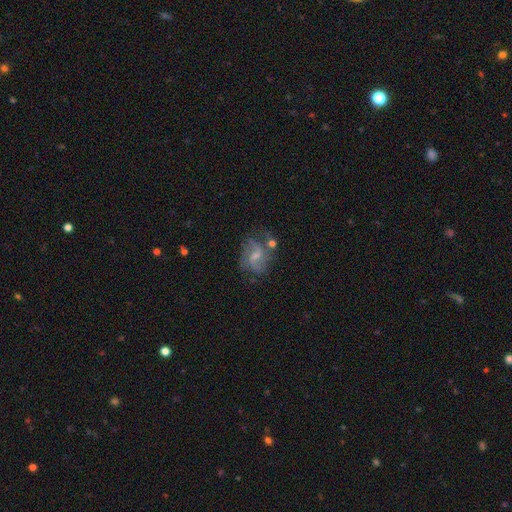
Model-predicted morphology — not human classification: smooth-or-featured: featured or disk: 65% | smooth: 21% | star or artifact: 14%
  disk-edge-on: no: 97% | yes: 3%
    bar: weak: 50% | no: 38% | strong: 12%
    has-spiral-arms: yes: 84% | no: 16%
      spiral-winding: medium: 47% | loose: 29% | tight: 24%
      spiral-arm-count: 2: 52% | can't tell: 24% | 3: 13% | 1: 5% | 4: 4% | more than 4: 3%
    bulge-size: small: 45% | moderate: 41% | none: 9% | large: 3% | dominant: 1%
  merging: none: 63% | minor disturbance: 18% | major disturbance: 12% | merger: 7%